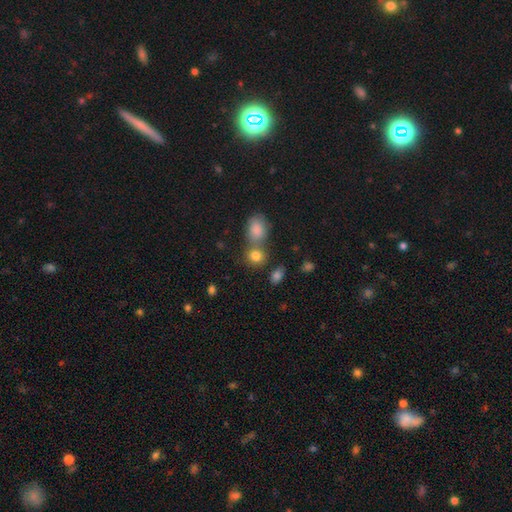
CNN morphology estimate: This is clearly a smooth galaxy (82%). How rounded: likely round (68%). Merging: possibly none (50%).